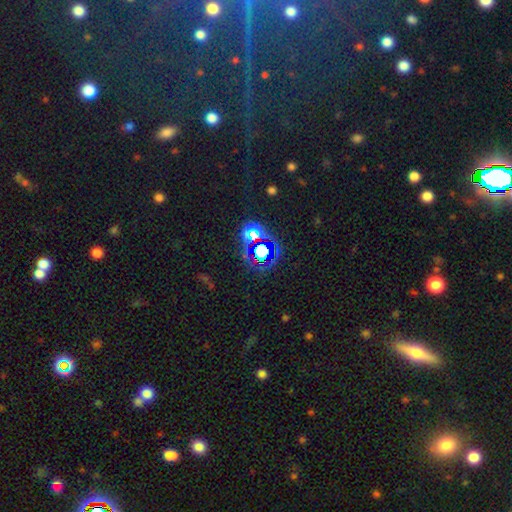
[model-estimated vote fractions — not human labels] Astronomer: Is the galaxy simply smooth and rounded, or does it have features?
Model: star or artifact — 71%.